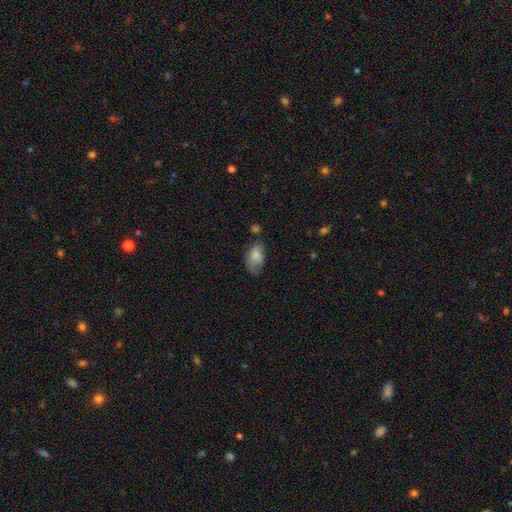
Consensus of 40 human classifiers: Smooth or featured: smooth — 90% (star or artifact — 8%)
How rounded: in between — 92% (round — 8%)
Merging: minor disturbance — 41% (none — 38%)